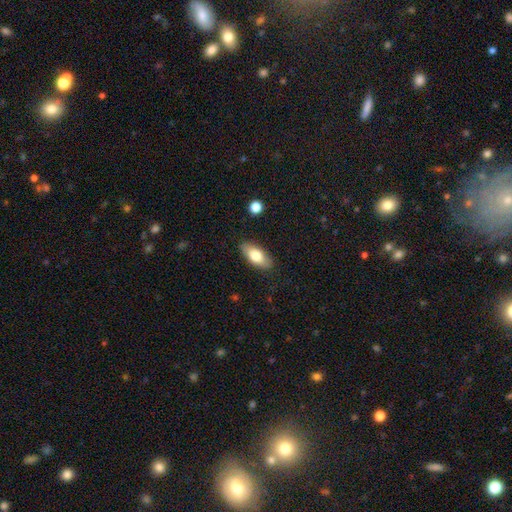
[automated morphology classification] Smooth or featured: smooth — 76% (featured or disk — 18%)
How rounded: in between — 85% (cigar-shaped — 12%)
Merging: none — 86% (minor disturbance — 10%)